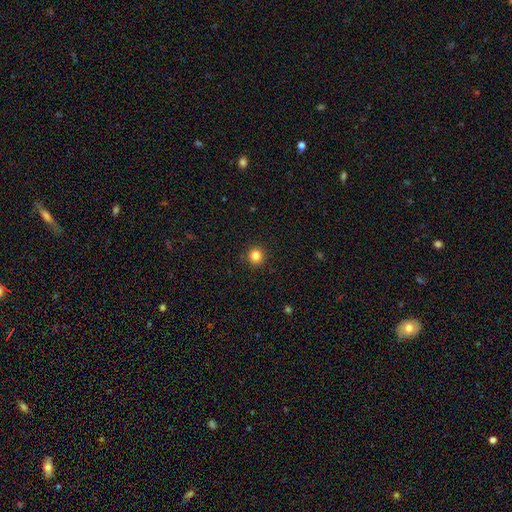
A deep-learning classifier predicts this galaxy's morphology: Overall: smooth (84%). How rounded: round (91%). Merging: none (91%).